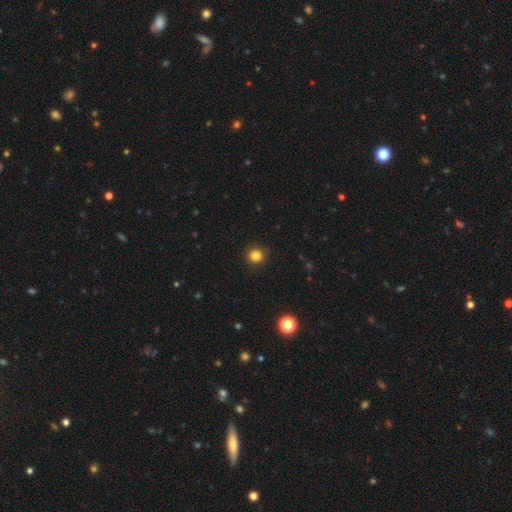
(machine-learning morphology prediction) This is clearly a smooth galaxy (84%). How rounded: clearly round (95%). Merging: clearly none (92%).